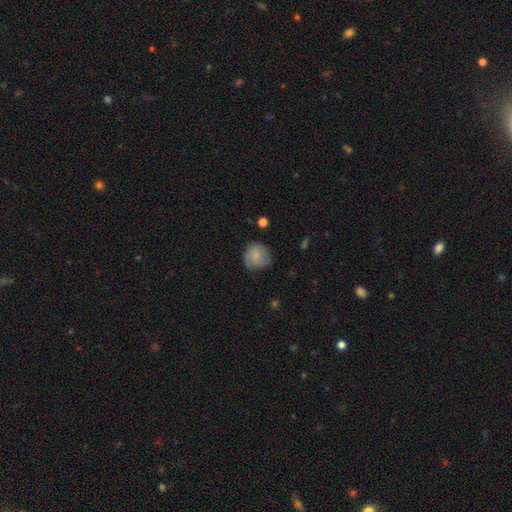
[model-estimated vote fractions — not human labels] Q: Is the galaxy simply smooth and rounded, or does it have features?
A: smooth — 71%.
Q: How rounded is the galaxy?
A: round — 87%.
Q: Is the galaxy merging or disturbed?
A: none — 69%.